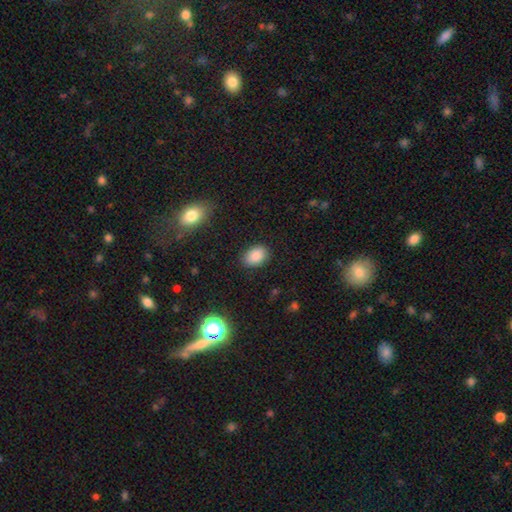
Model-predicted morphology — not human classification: A smooth galaxy with no disk features (86%) that is in between round and cigar-shaped (81%). Merging: none (84%).